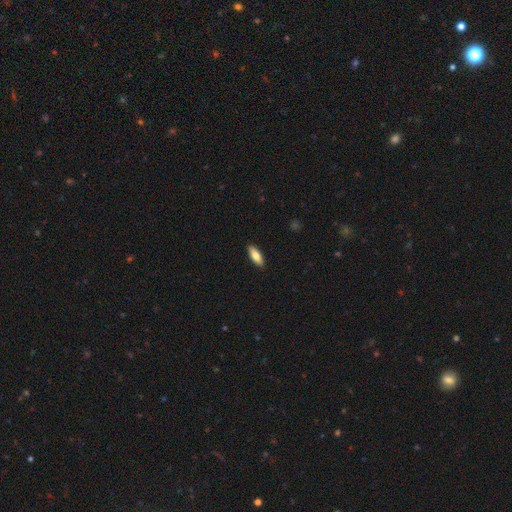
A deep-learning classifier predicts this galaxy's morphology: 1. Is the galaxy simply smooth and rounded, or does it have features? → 80% smooth, 14% featured or disk, 6% star or artifact.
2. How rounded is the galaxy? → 68% in between, 30% cigar-shaped, 2% round.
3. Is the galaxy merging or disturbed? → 90% none, 7% minor disturbance, 2% major disturbance, 1% merger.